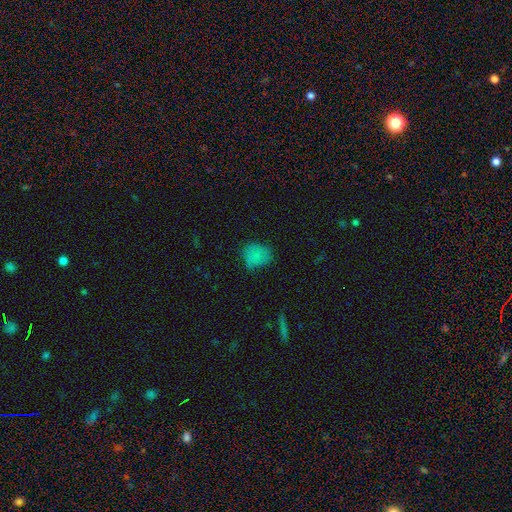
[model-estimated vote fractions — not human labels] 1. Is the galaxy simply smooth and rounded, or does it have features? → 75% smooth, 15% star or artifact, 10% featured or disk.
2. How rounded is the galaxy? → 57% round, 41% in between, 1% cigar-shaped.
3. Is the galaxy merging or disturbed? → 56% none, 32% minor disturbance, 10% major disturbance, 2% merger.